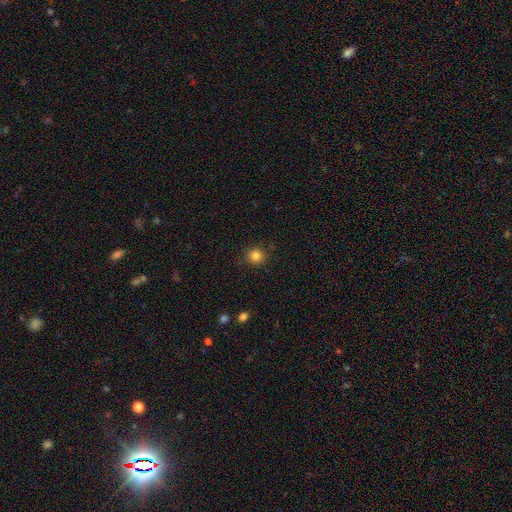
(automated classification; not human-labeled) The model was most divided on "smooth or featured": smooth: 84%, star or artifact: 12%, featured or disk: 5%. More confident: how rounded — round (92%); merging — none (88%).